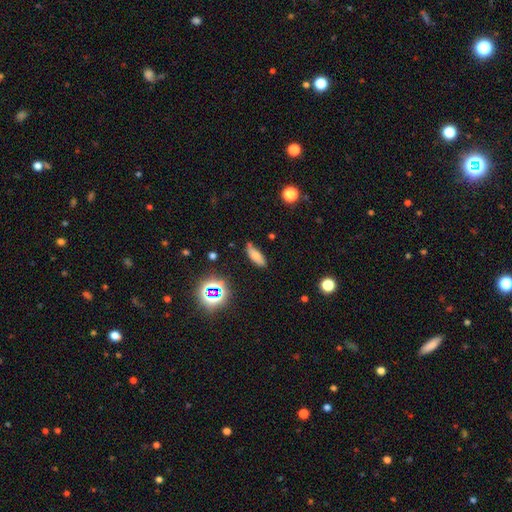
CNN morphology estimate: Q: Smooth or featured?
A: smooth (67%); runner-up: featured or disk (18%)
Q: How rounded?
A: in between (64%); runner-up: cigar-shaped (32%)
Q: Merging?
A: none (76%); runner-up: minor disturbance (18%)